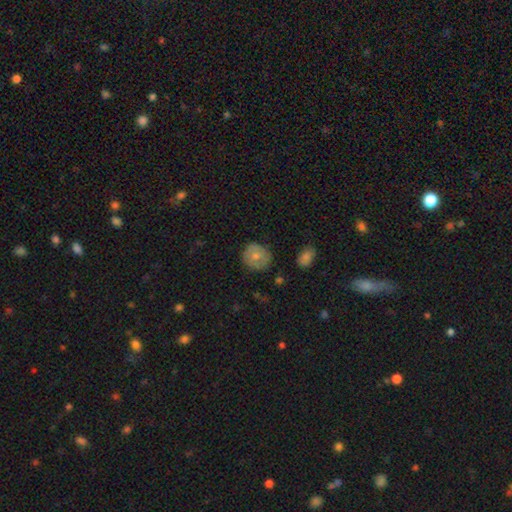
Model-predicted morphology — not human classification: A smooth galaxy with no disk features (70%) that is round (83%). Merging: none (75%).